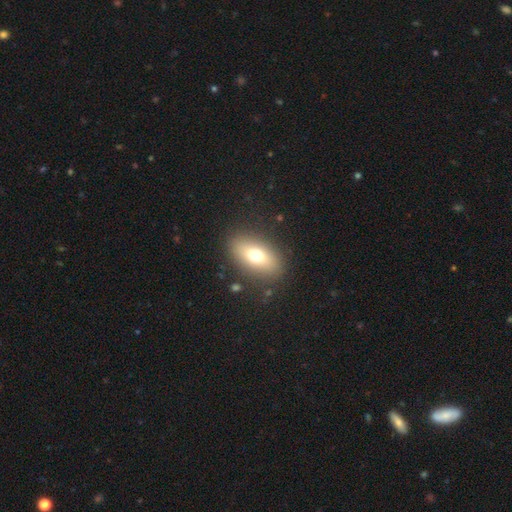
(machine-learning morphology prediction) Smooth or featured: smooth — 69% (featured or disk — 21%)
How rounded: in between — 83% (round — 10%)
Merging: none — 86% (minor disturbance — 9%)